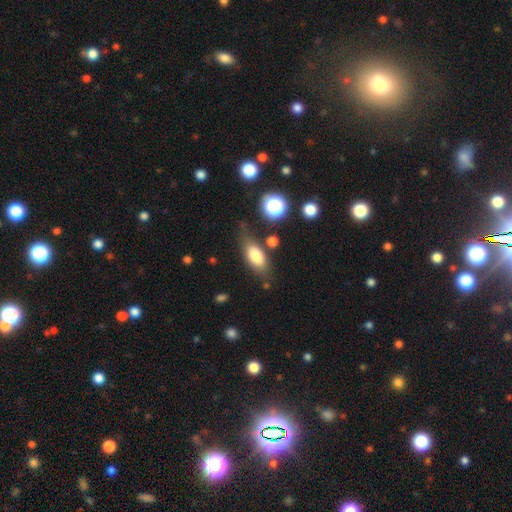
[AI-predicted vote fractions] Smooth or featured? Predicted: smooth (p=0.77). How rounded? Predicted: in between (p=0.84). Merging? Predicted: none (p=0.67).